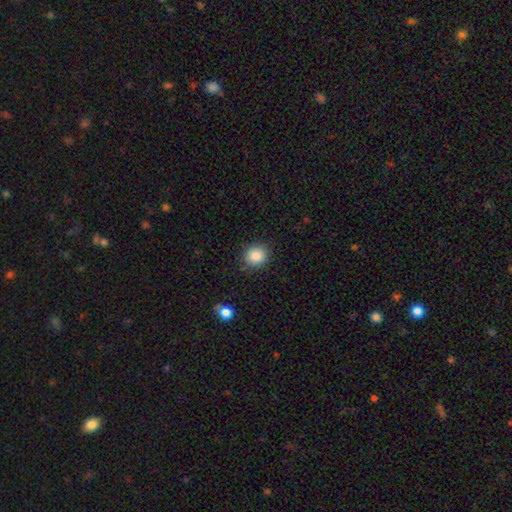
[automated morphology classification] Smooth or featured? smooth (87%)
How rounded? round (78%)
Merging? none (86%)